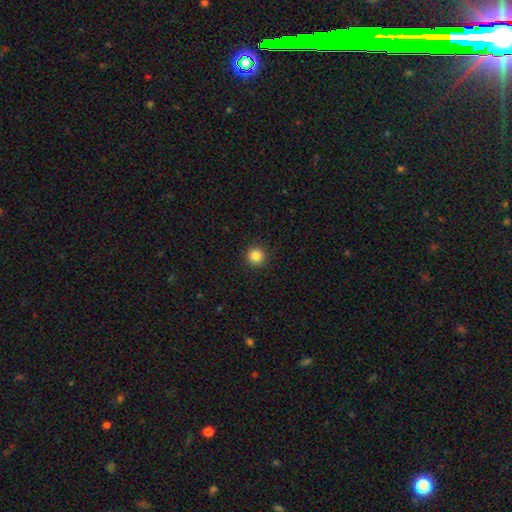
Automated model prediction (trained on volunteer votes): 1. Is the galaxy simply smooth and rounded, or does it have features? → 85% smooth, 11% star or artifact, 4% featured or disk.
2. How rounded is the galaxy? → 95% round, 4% in between, 1% cigar-shaped.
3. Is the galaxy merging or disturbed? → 93% none, 5% minor disturbance, 2% major disturbance, 1% merger.